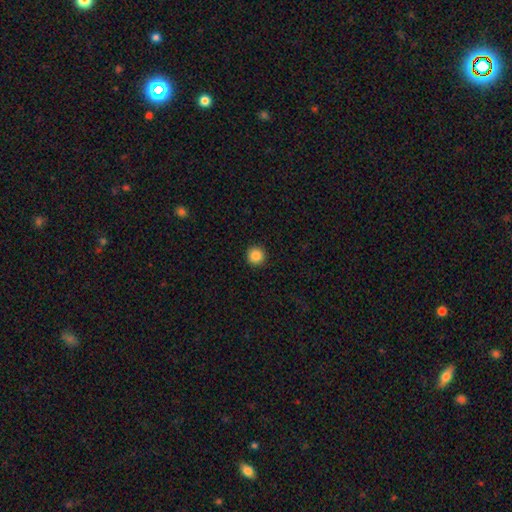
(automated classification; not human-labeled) Morphology: type=smooth (86%); roundness=round (96%); merging=none (93%).